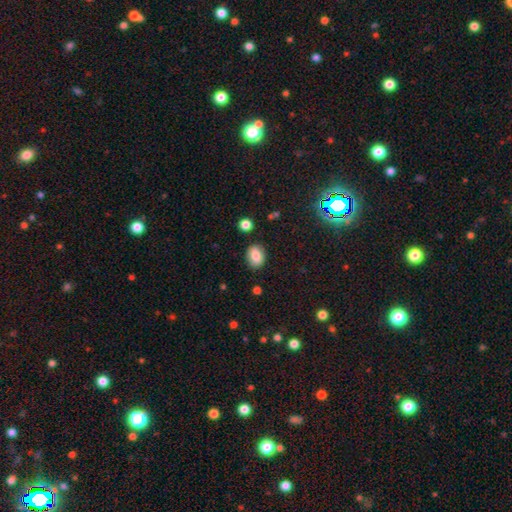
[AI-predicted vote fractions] The model was most divided on "how rounded": in between: 73%, round: 26%, cigar-shaped: 2%. More confident: merging — none (84%); smooth or featured — smooth (79%).